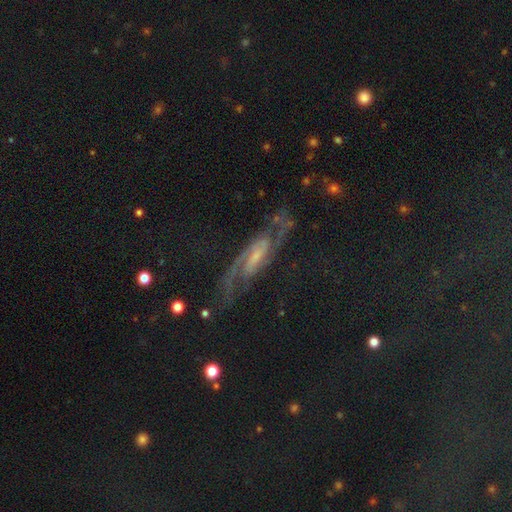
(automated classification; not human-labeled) Smooth or featured? Predicted: featured or disk (p=0.86). Edge-on disk? Predicted: no (p=0.92). Bar? Predicted: weak (p=0.48). Spiral arms? Predicted: yes (p=0.97). Spiral winding? Predicted: medium (p=0.57). Spiral arm count? Predicted: 2 (p=0.89). Bulge size? Predicted: small (p=0.59). Merging? Predicted: none (p=0.74).